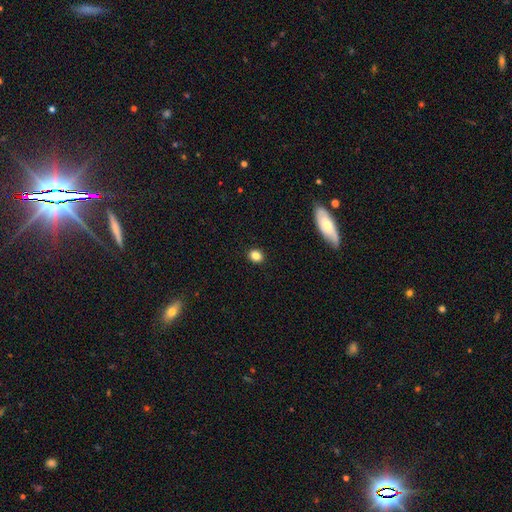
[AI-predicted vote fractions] smooth_or_featured: smooth (p=0.84) [alt: star or artifact p=0.11]
how_rounded: round (p=0.62) [alt: in between p=0.37]
merging: none (p=0.91) [alt: minor disturbance p=0.06]